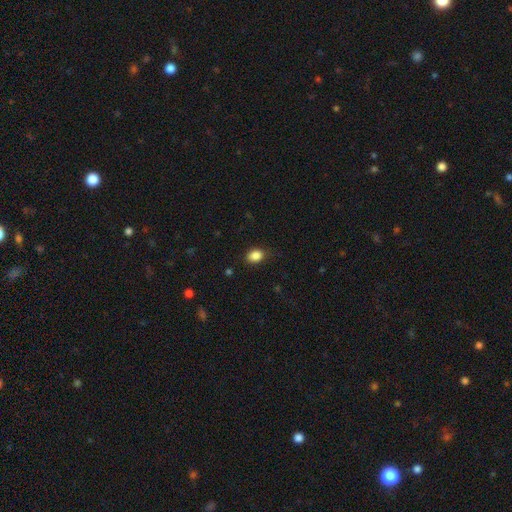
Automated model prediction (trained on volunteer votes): Smooth or featured?
  - smooth: 86% *
  - star or artifact: 9%
  - featured or disk: 4%
How rounded?
  - in between: 69% *
  - round: 30%
  - cigar-shaped: 1%
Merging?
  - none: 81% *
  - minor disturbance: 15%
  - major disturbance: 3%
  - merger: 1%